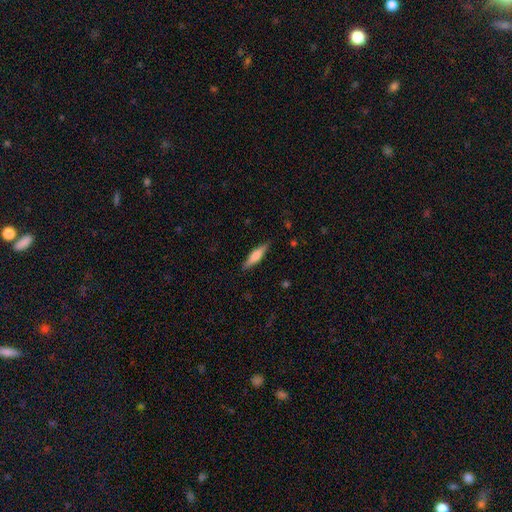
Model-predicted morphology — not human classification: Smooth or featured? Predicted: smooth (p=0.57). How rounded? Predicted: cigar-shaped (p=0.76). Merging? Predicted: none (p=0.89).